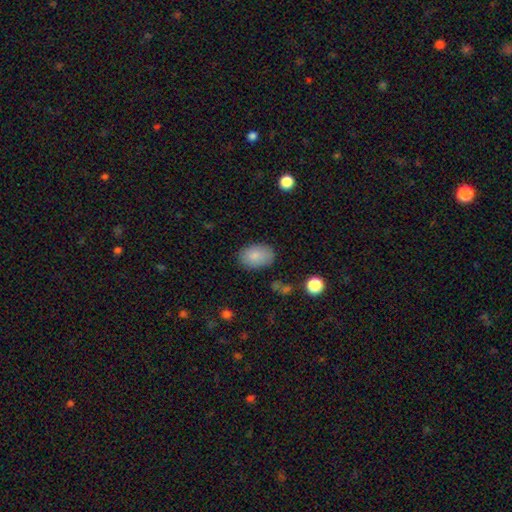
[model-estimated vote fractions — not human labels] A smooth galaxy with no disk features (85%) that is in between round and cigar-shaped (86%). Merging: none (84%).